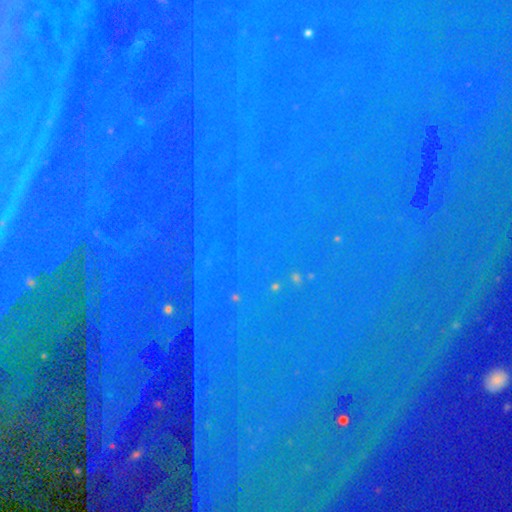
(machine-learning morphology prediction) smooth_or_featured: star or artifact (p=0.87) [alt: featured or disk p=0.07]